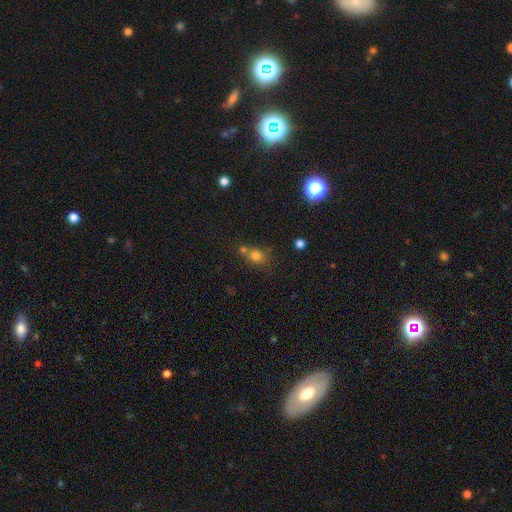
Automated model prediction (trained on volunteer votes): Morphology: type=smooth (76%); roundness=round (68%); merging=none (49%).